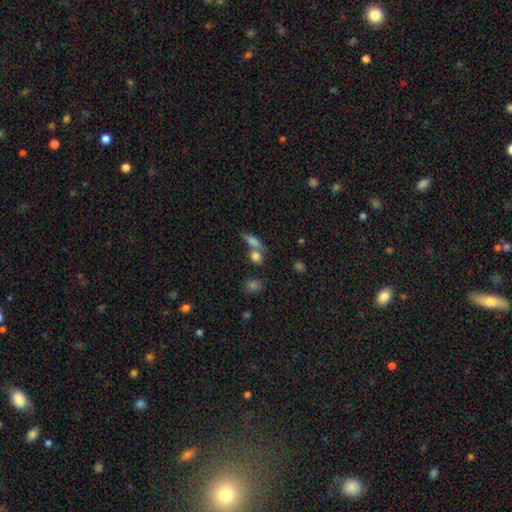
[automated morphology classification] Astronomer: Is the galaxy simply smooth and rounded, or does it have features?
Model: smooth — 75%.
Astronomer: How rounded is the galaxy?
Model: in between — 58%.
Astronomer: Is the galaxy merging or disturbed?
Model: none — 45% (runner-up: merger, 39%).